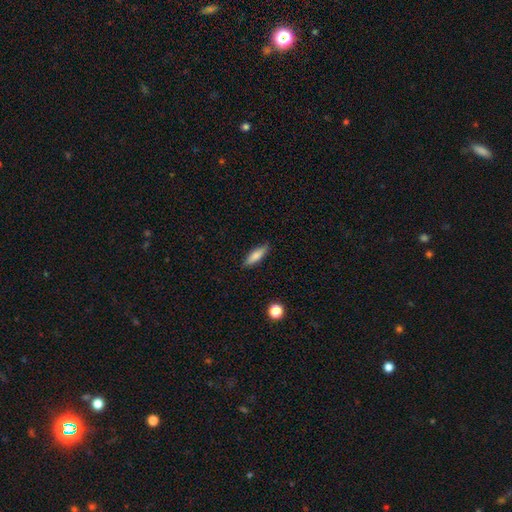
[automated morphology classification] The model was most divided on "how rounded": cigar-shaped: 58%, in between: 40%, round: 2%. More confident: merging — none (85%); smooth or featured — smooth (79%).